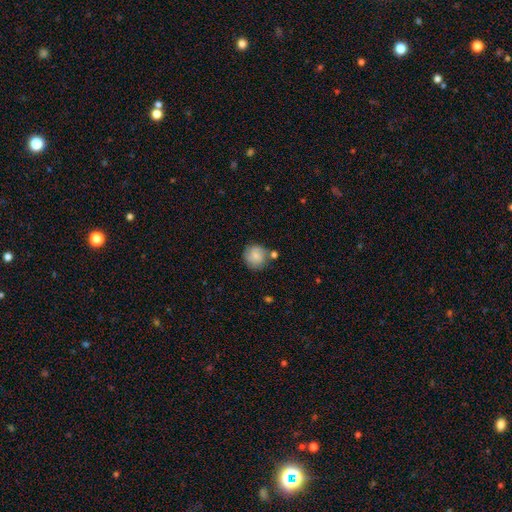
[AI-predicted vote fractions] A smooth galaxy with no disk features (65%) that is round (89%). Merging: none (66%).